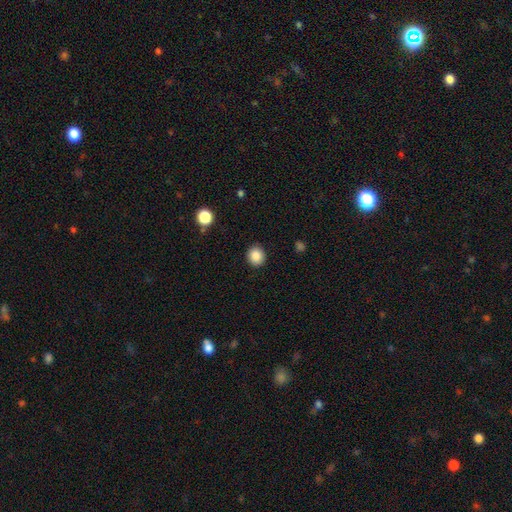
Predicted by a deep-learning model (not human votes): A smooth galaxy with no disk features (86%) that is round (82%). Merging: none (90%).